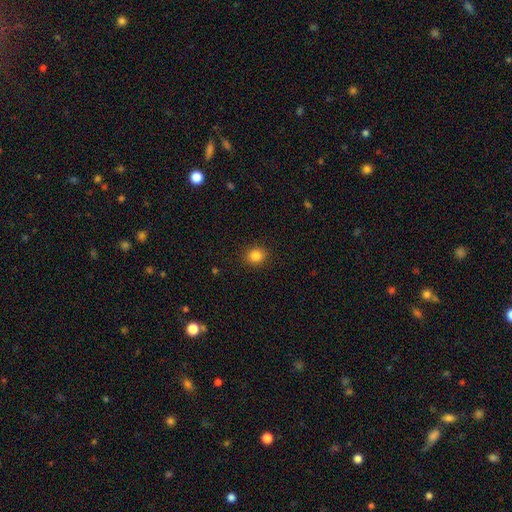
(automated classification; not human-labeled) Overall: smooth (84%). How rounded: round (74%). Merging: none (90%).